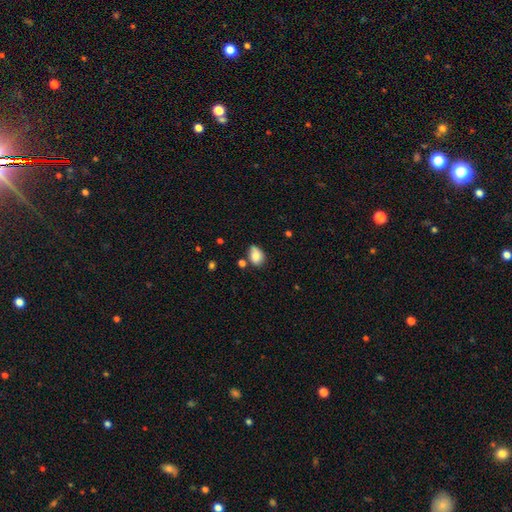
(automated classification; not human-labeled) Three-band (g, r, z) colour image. It shows a smooth galaxy with no disk features (83%) that is in between round and cigar-shaped (72%). Merging: none (56%).